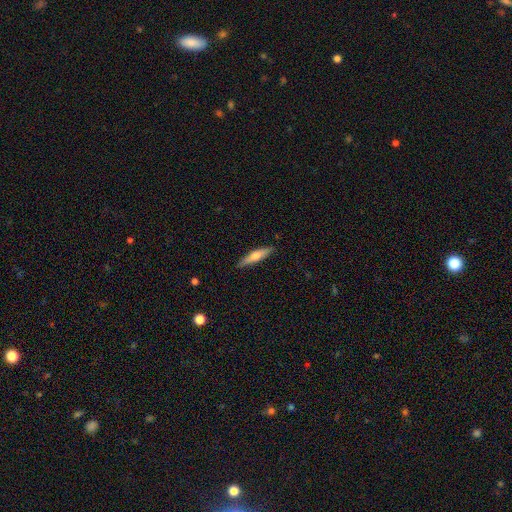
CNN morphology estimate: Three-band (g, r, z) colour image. It shows a smooth galaxy with no disk features (51%) that is cigar-shaped (82%). Merging: none (89%).